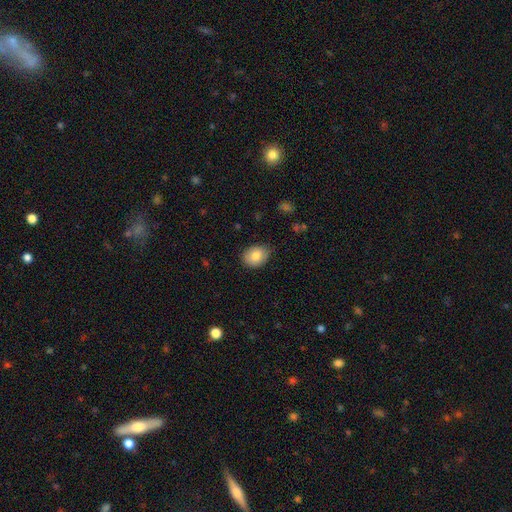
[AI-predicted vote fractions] Smooth or featured: smooth — 82% (featured or disk — 10%)
How rounded: in between — 60% (round — 39%)
Merging: none — 79% (minor disturbance — 18%)